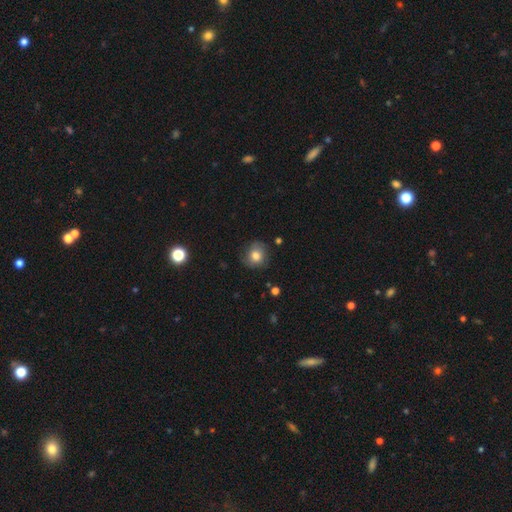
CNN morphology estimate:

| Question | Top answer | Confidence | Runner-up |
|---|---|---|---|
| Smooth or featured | smooth | 75% | featured or disk (14%) |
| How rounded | round | 80% | in between (19%) |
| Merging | none | 75% | minor disturbance (18%) |